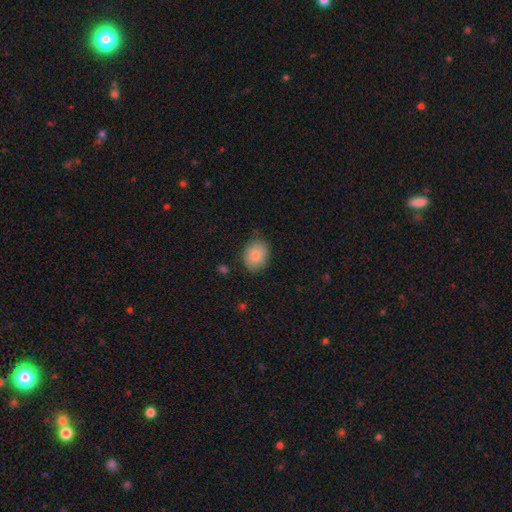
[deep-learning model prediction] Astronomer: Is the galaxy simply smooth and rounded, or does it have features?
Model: smooth — 85%.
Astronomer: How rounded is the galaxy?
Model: in between — 59% (runner-up: round, 40%).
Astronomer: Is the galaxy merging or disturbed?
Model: none — 81%.